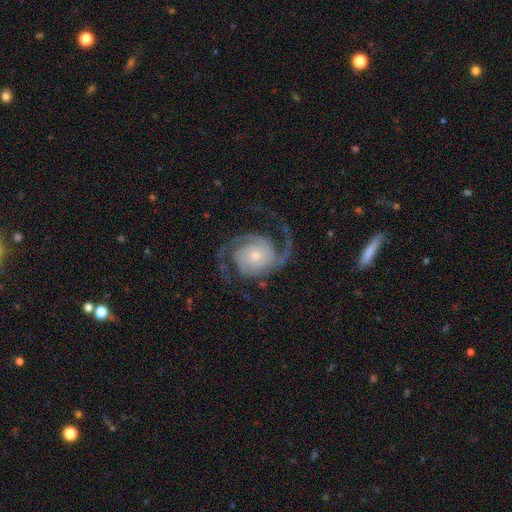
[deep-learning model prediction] Overall: featured or disk (92%). Edge-on disk: no (98%). Bar: no (75%). Spiral arms: yes (98%). Spiral arm count: 2 (84%). Spiral winding: medium (49%; tight 31%). Bulge size: small (63%; moderate 30%). Merging: none (70%).